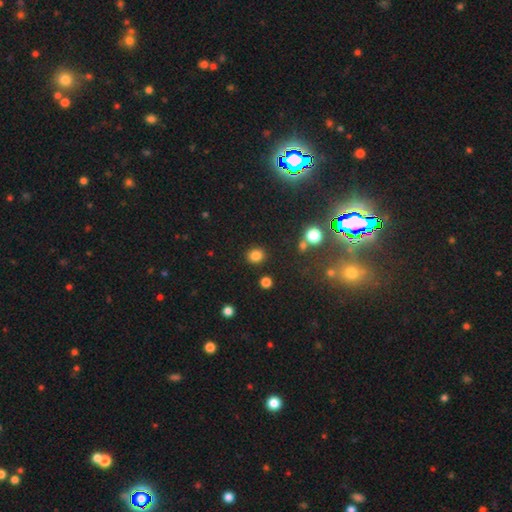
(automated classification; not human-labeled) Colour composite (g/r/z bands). It shows a smooth galaxy with no disk features (82%) that is round (79%). Merging: none (88%).